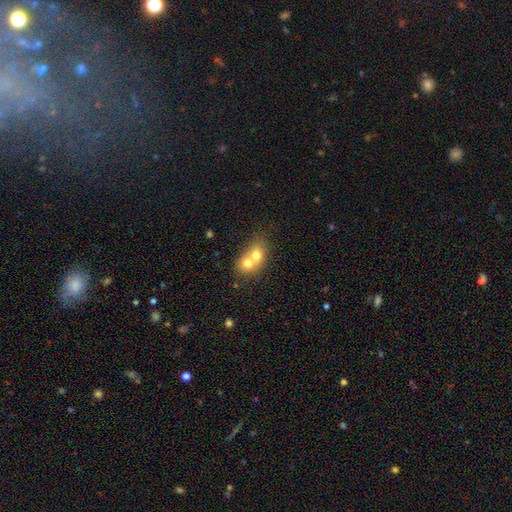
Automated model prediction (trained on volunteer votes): This is likely a smooth galaxy (68%). How rounded: possibly round (58%). Merging: likely merger (73%).